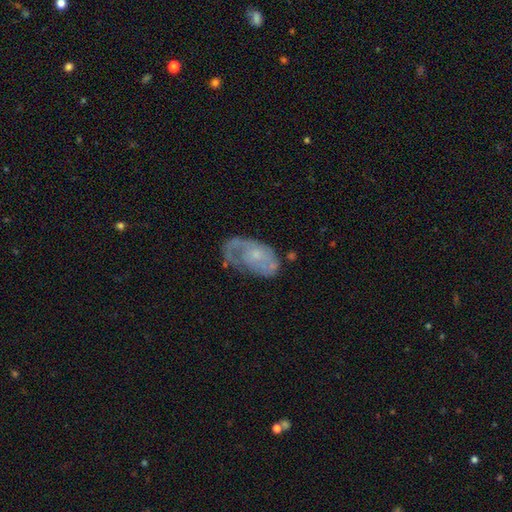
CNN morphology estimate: Smooth or featured? featured or disk (65%)
Edge-on disk? no (95%)
Bar? no (82%)
Spiral arms? yes (66%)
Bulge size? small (67%)
Merging? none (41%)